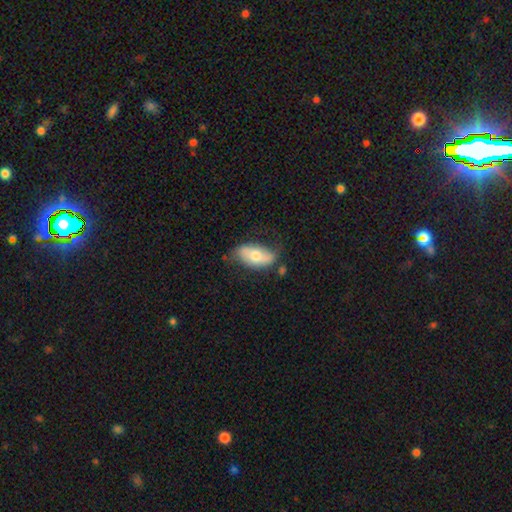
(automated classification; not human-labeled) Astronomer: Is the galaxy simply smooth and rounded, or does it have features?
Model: smooth — 57% (runner-up: featured or disk, 37%).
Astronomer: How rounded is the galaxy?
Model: in between — 91%.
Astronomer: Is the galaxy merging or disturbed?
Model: none — 59%.